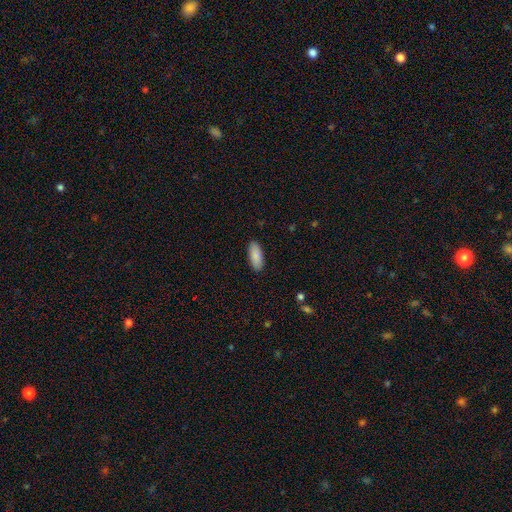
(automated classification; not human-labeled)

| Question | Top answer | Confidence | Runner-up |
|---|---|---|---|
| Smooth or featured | smooth | 90% | star or artifact (6%) |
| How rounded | in between | 79% | cigar-shaped (20%) |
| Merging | none | 89% | minor disturbance (8%) |